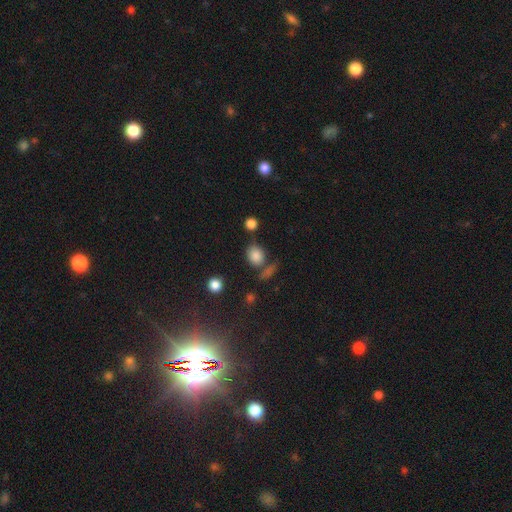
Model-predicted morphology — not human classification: Smooth or featured? smooth (83%)
How rounded? round (59%)
Merging? none (63%)